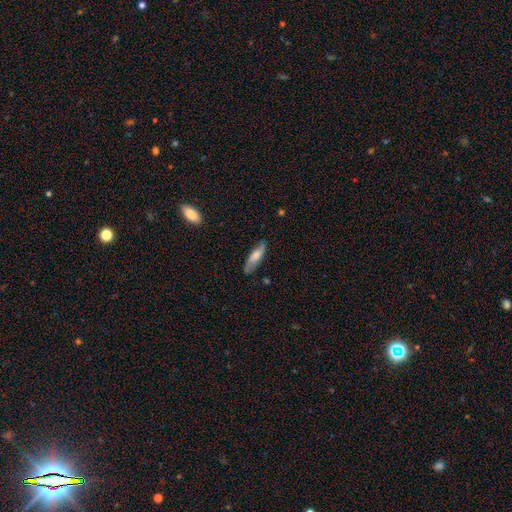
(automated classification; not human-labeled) smooth_or_featured: smooth (p=0.55) [alt: featured or disk p=0.39]
how_rounded: cigar-shaped (p=0.55) [alt: in between p=0.43]
merging: none (p=0.75) [alt: minor disturbance p=0.19]